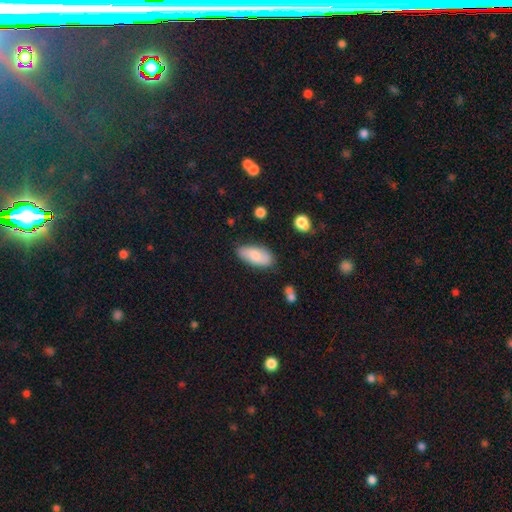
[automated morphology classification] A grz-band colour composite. It shows a smooth galaxy with no disk features (72%) that is in between round and cigar-shaped (90%). Merging: none (75%).